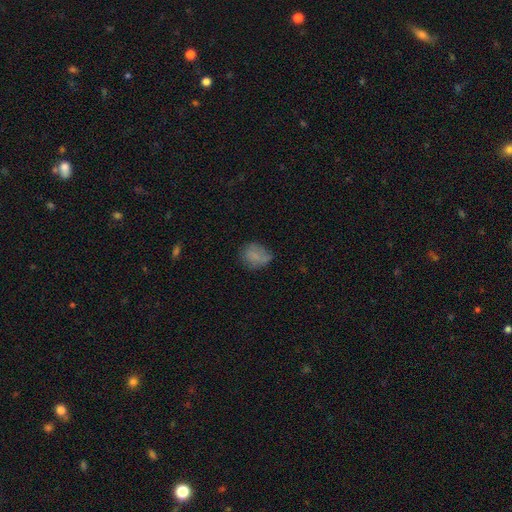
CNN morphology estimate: Smooth or featured? Predicted: smooth (p=0.75). How rounded? Predicted: round (p=0.53). Merging? Predicted: none (p=0.56).